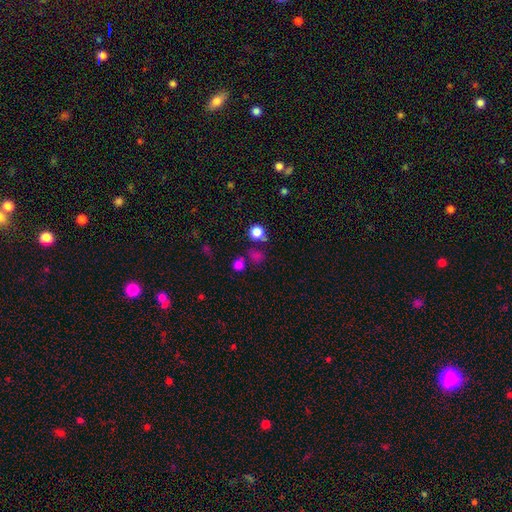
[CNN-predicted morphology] smooth_or_featured: smooth (p=0.66) [alt: star or artifact p=0.27]
how_rounded: round (p=0.81) [alt: in between p=0.18]
merging: none (p=0.64) [alt: merger p=0.16]